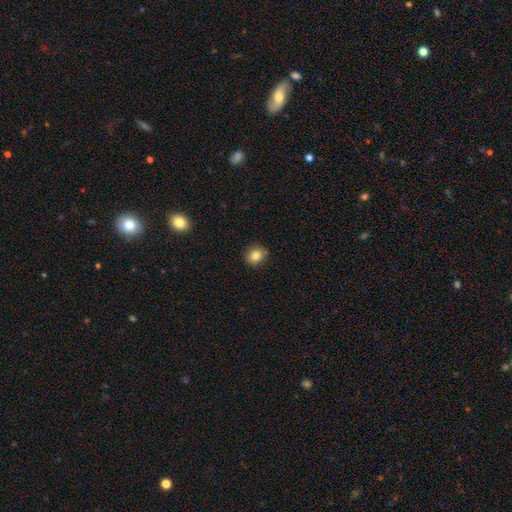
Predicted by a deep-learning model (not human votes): Q: Smooth or featured?
A: smooth (81%); runner-up: star or artifact (11%)
Q: How rounded?
A: round (79%); runner-up: in between (20%)
Q: Merging?
A: none (86%); runner-up: minor disturbance (10%)